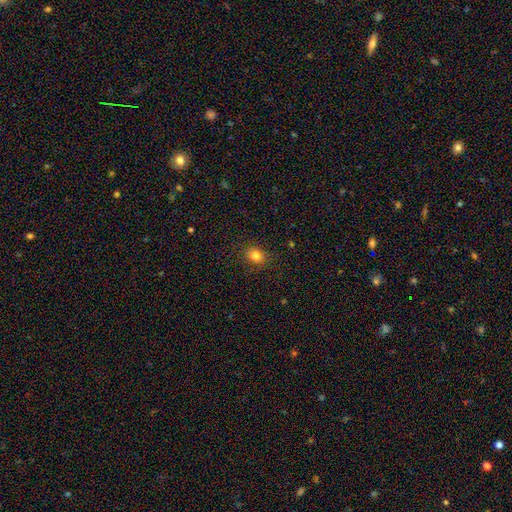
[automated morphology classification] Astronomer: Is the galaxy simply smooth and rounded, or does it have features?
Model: smooth — 82%.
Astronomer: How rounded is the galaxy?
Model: in between — 51% (runner-up: round, 48%).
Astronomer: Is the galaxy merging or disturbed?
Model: none — 86%.